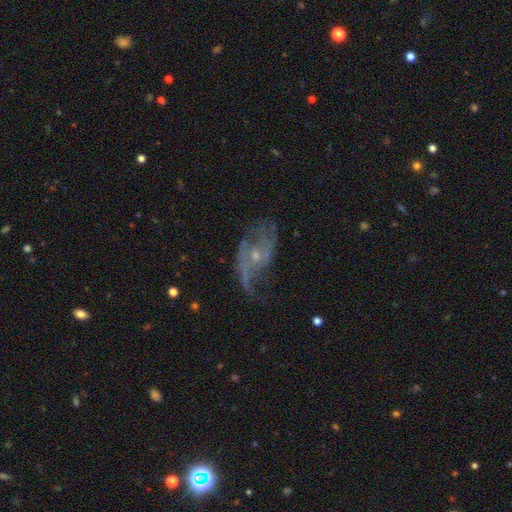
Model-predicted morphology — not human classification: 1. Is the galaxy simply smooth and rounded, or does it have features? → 81% featured or disk, 11% smooth, 8% star or artifact.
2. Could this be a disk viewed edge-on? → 96% no, 4% yes.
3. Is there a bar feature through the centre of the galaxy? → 70% no, 25% weak, 5% strong.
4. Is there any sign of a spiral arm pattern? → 85% yes, 15% no.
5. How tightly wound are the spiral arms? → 64% loose, 26% medium, 9% tight.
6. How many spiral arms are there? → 65% 2, 13% can't tell, 12% 1, 5% 3, 3% 4, 2% more than 4.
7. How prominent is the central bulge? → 68% small, 25% moderate, 4% none, 1% large, 1% dominant.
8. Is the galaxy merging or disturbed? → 44% none, 29% major disturbance, 23% minor disturbance, 4% merger.